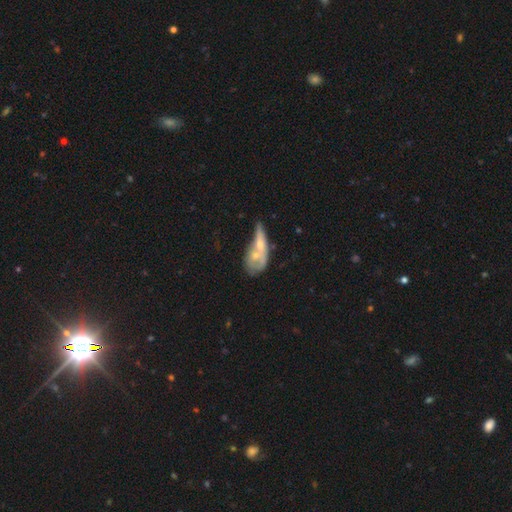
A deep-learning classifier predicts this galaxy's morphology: Overall: smooth (50%; featured or disk 43%). How rounded: in between (68%). Merging: merger (55%; none 20%).